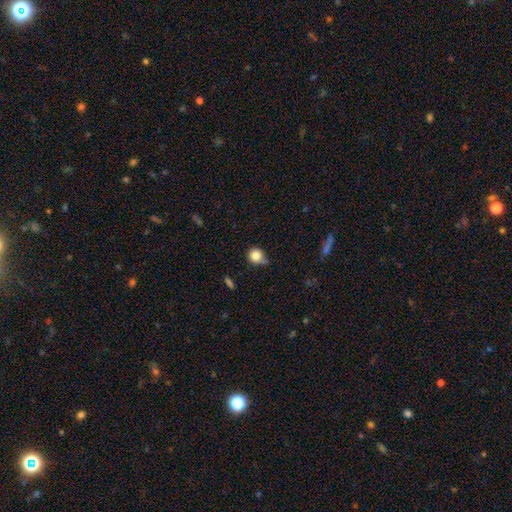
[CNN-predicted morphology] Q: Smooth or featured?
A: smooth (81%); runner-up: star or artifact (10%)
Q: How rounded?
A: round (82%); runner-up: in between (17%)
Q: Merging?
A: none (50%); runner-up: minor disturbance (34%)